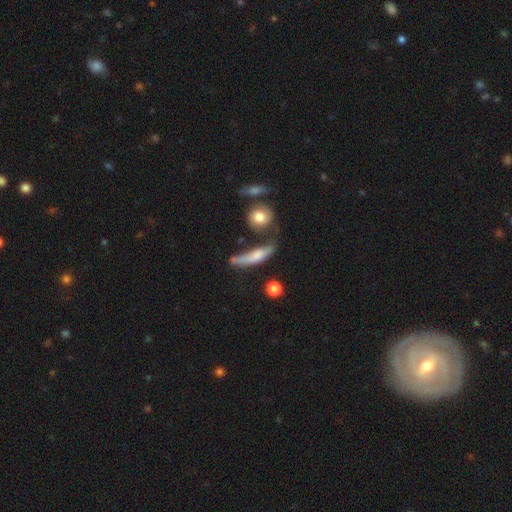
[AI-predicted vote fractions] smooth_or_featured: smooth (p=0.63) [alt: featured or disk p=0.29]
how_rounded: cigar-shaped (p=0.62) [alt: in between p=0.31]
merging: none (p=0.35) [alt: minor disturbance p=0.25]